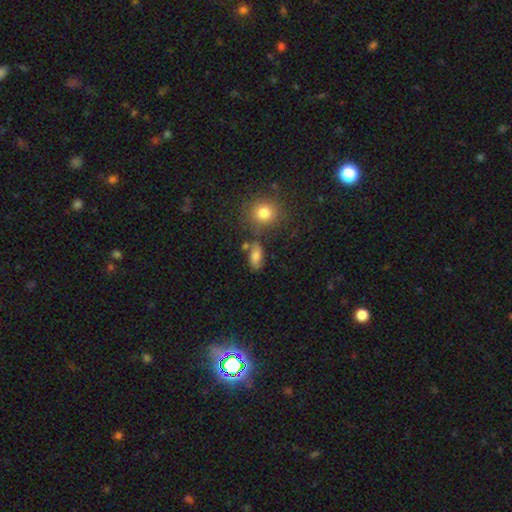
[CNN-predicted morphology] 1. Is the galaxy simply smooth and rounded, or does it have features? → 70% smooth, 17% featured or disk, 12% star or artifact.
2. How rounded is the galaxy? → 83% in between, 11% round, 5% cigar-shaped.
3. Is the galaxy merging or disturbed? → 61% none, 20% minor disturbance, 12% merger, 7% major disturbance.